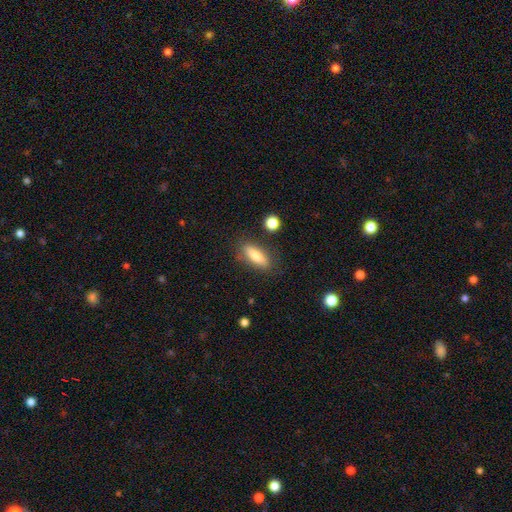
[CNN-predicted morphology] Smooth or featured? Predicted: smooth (p=0.74). How rounded? Predicted: in between (p=0.59). Merging? Predicted: none (p=0.83).